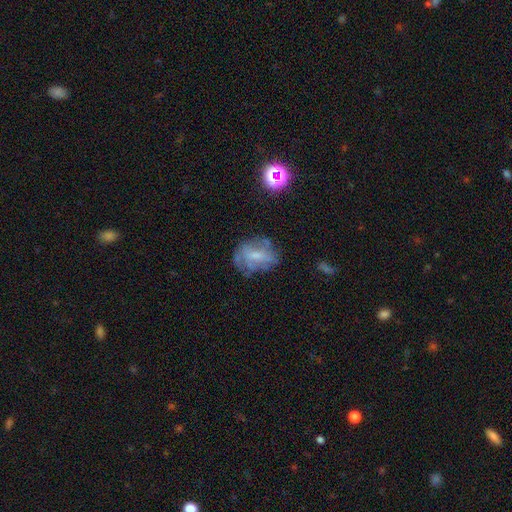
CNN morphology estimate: smooth_or_featured: featured or disk (p=0.49) [alt: smooth p=0.36]
merging: none (p=0.56) [alt: minor disturbance p=0.24]